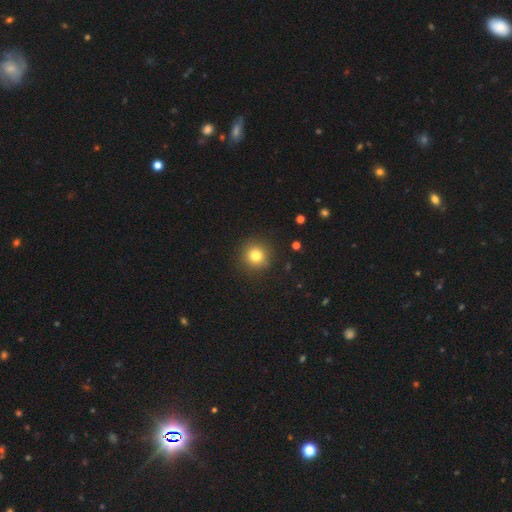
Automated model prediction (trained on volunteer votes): This is likely a smooth galaxy (79%). How rounded: clearly round (94%). Merging: clearly none (90%).